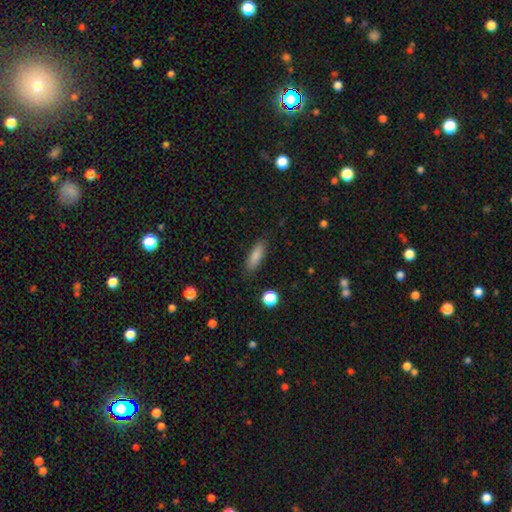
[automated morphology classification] This appears to be a smooth galaxy with no disk features (84%) that is in between round and cigar-shaped (53%). Merging: none (86%).